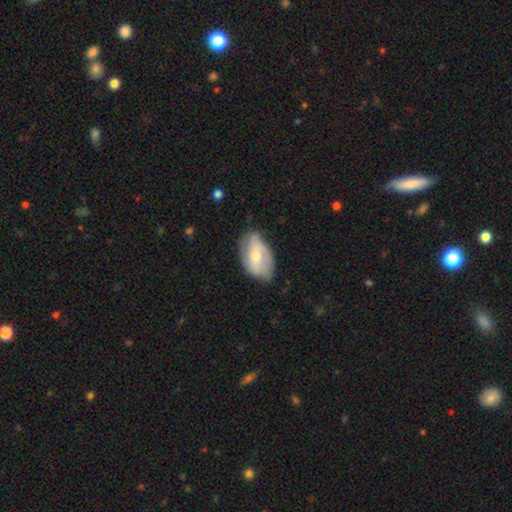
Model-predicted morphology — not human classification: This is possibly a smooth galaxy (47%). Merging: likely none (61%).